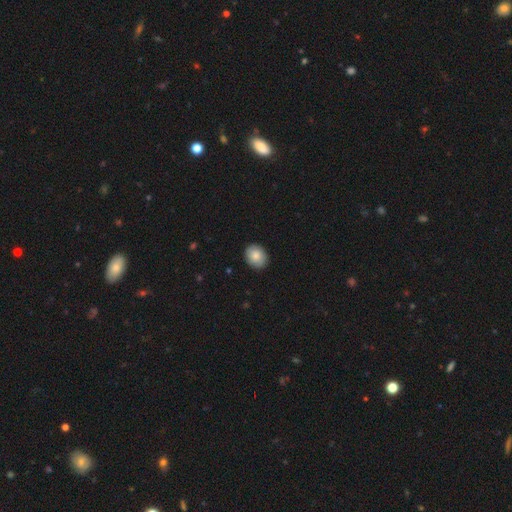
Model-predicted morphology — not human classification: A smooth galaxy with no disk features (85%) that is round (58%). Merging: none (89%).